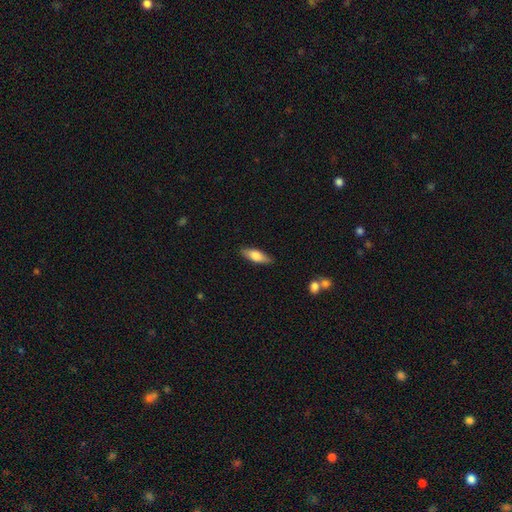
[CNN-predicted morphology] smooth_or_featured: smooth (p=0.73) [alt: featured or disk p=0.21]
how_rounded: in between (p=0.63) [alt: cigar-shaped p=0.34]
merging: none (p=0.86) [alt: minor disturbance p=0.10]